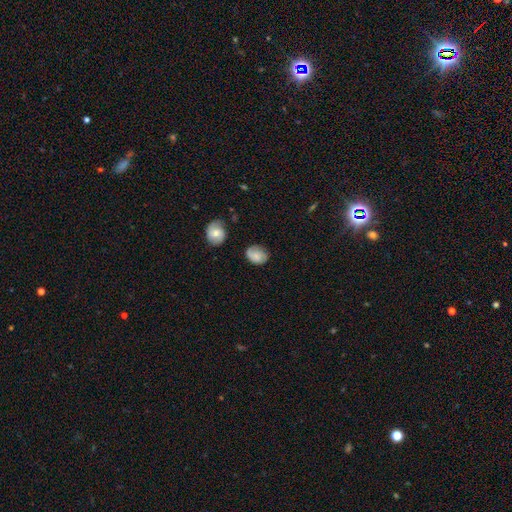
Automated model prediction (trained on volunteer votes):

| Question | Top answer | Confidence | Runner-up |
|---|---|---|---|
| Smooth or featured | smooth | 63% | featured or disk (28%) |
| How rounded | in between | 56% | round (43%) |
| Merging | none | 64% | minor disturbance (26%) |